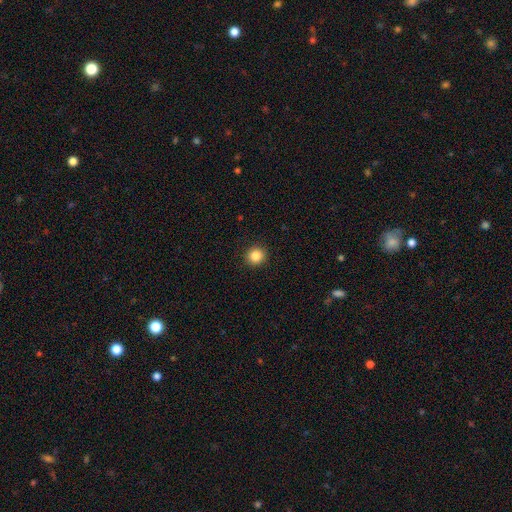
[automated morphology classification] smooth 85%, star or artifact 11%, featured or disk 5%. Down the decision tree: how rounded — round (91%); merging — none (92%).